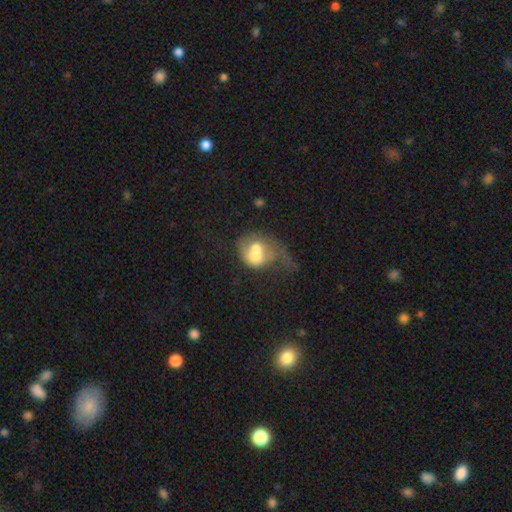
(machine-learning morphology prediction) Smooth or featured: smooth — 51% (featured or disk — 40%)
How rounded: round — 52% (in between — 47%)
Merging: merger — 58% (major disturbance — 22%)